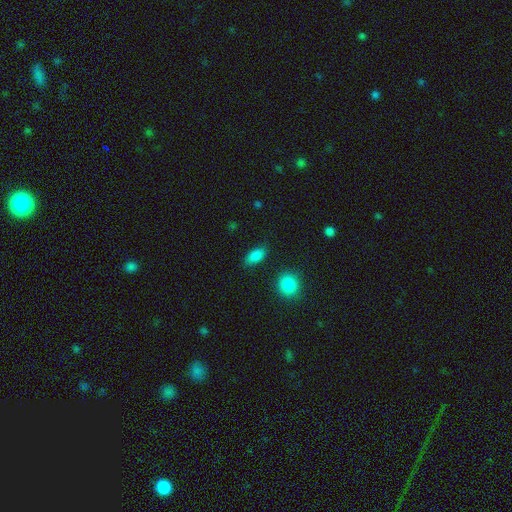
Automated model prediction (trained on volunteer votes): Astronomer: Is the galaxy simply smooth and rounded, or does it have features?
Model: smooth — 86%.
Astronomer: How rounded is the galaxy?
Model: in between — 89%.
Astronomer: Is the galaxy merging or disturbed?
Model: none — 83%.